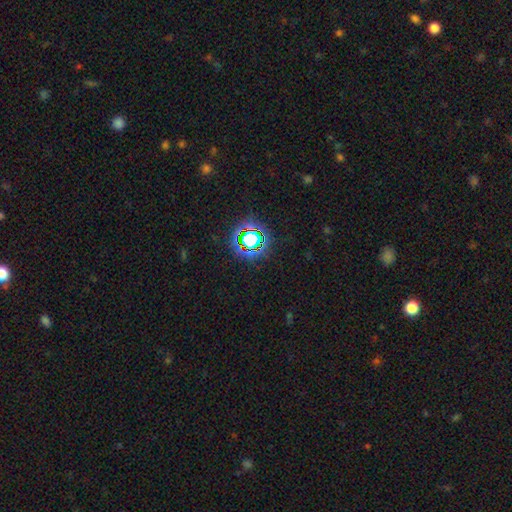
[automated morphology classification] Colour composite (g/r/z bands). It shows a star or artifact, not a galaxy (77%).